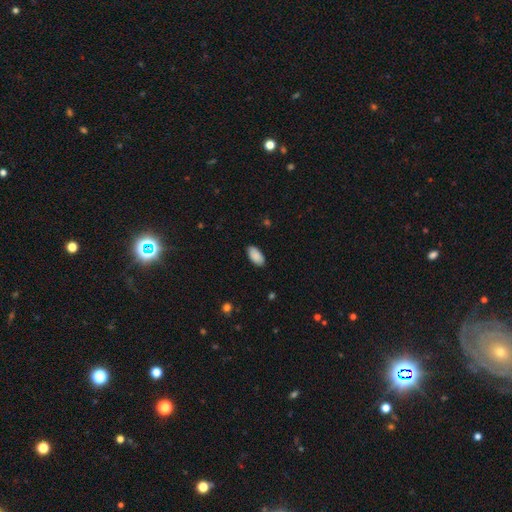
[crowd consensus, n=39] smooth_or_featured: smooth (p=0.95) [alt: featured or disk p=0.03]
how_rounded: in between (p=0.86) [alt: cigar-shaped p=0.14]
merging: none (p=0.89) [alt: minor disturbance p=0.05]